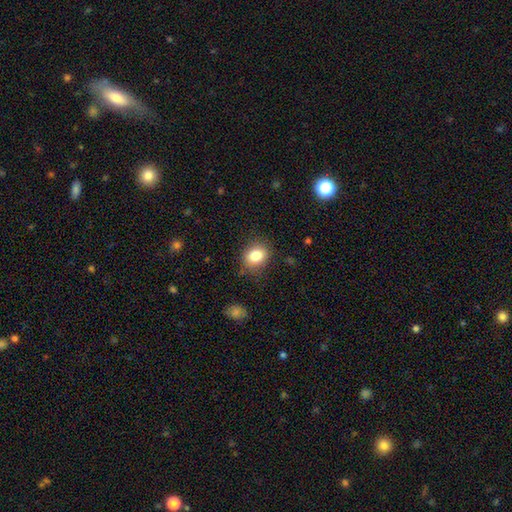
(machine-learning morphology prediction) This appears to be a smooth galaxy with no disk features (83%) that is round (53%). Merging: none (83%).